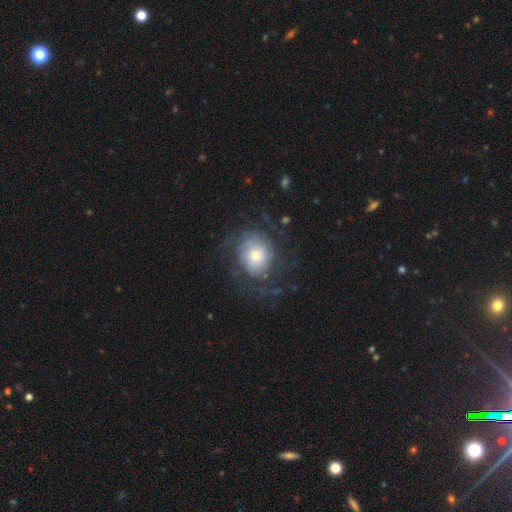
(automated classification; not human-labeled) This appears to be a featured or disk galaxy (64%) with no bar (78%), tight (52%) spiral arms (85%) and a moderate central bulge (49%). Merging: none (62%).